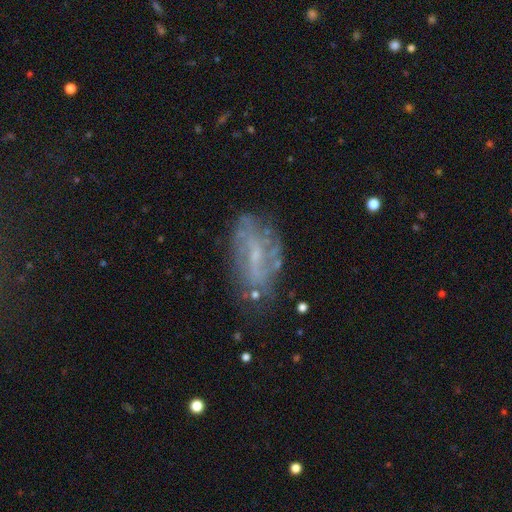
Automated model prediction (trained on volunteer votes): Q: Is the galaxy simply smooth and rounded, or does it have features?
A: featured or disk — 68%.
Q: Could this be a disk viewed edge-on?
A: no — 93%.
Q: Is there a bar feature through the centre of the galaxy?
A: weak — 46%.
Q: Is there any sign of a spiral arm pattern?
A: yes — 64%.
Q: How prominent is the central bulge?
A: small — 59%.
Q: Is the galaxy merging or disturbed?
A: none — 63%.